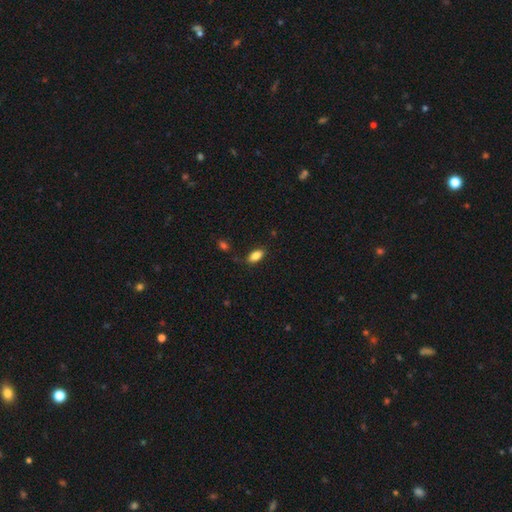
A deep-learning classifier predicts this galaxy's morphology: Smooth or featured?
  - smooth: 86% *
  - star or artifact: 8%
  - featured or disk: 6%
How rounded?
  - in between: 90% *
  - cigar-shaped: 7%
  - round: 3%
Merging?
  - none: 81% *
  - minor disturbance: 13%
  - major disturbance: 3%
  - merger: 2%